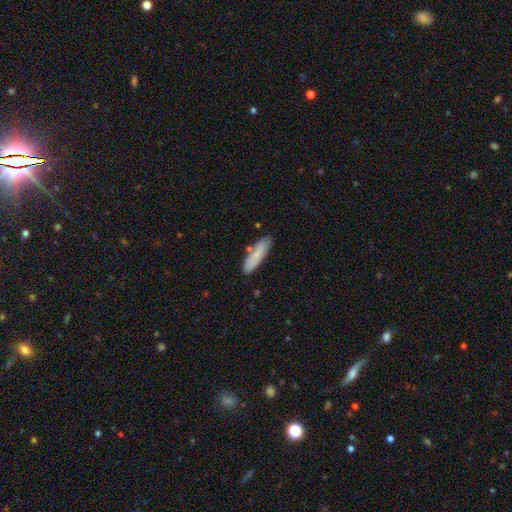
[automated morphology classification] The model was most divided on "how rounded": cigar-shaped: 68%, in between: 30%, round: 2%. More confident: merging — none (78%); smooth or featured — smooth (76%).